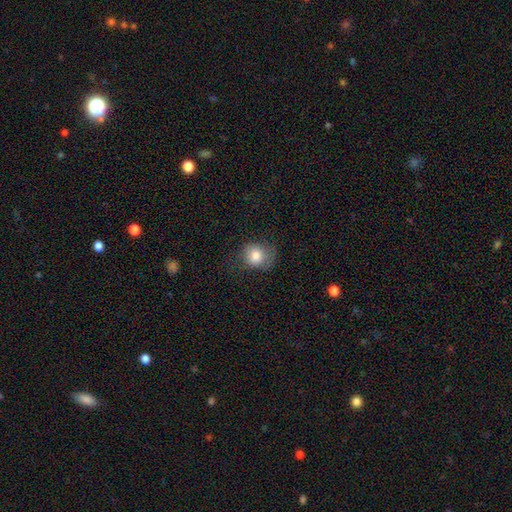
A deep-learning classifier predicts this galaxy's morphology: Q: Smooth or featured?
A: smooth (80%); runner-up: featured or disk (11%)
Q: How rounded?
A: round (72%); runner-up: in between (27%)
Q: Merging?
A: none (62%); runner-up: minor disturbance (24%)